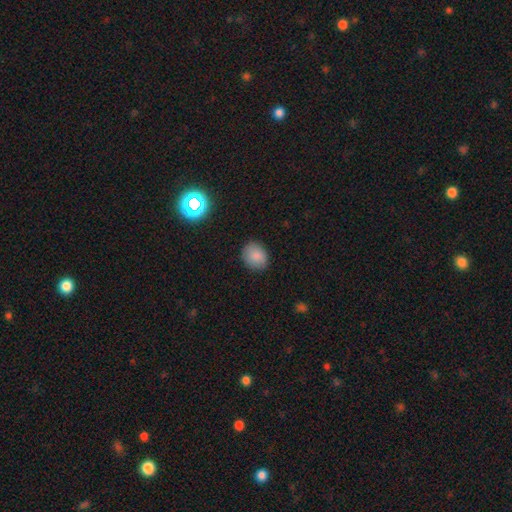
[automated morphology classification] smooth-or-featured: smooth: 85% | star or artifact: 10% | featured or disk: 5%
  how-rounded: round: 54% | in between: 45% | cigar-shaped: 1%
  merging: none: 87% | minor disturbance: 10% | major disturbance: 2% | merger: 1%